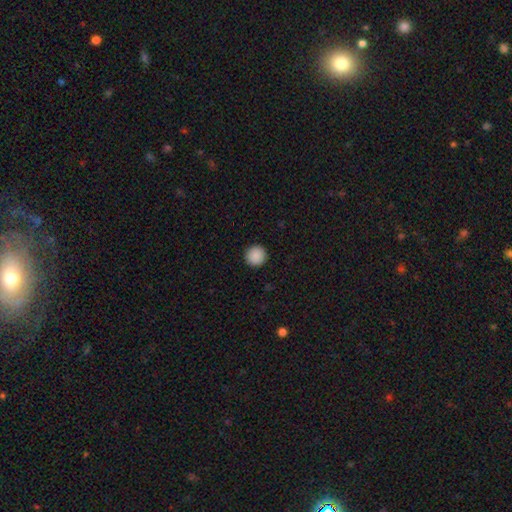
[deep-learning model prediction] A smooth galaxy with no disk features (89%) that is round (96%).

Vote fractions:
- Smooth or featured? smooth: 89% / star or artifact: 8% / featured or disk: 3%
- How rounded? round: 96% / in between: 3% / cigar-shaped: 1%
- Merging? none: 93% / minor disturbance: 4% / major disturbance: 2% / merger: 1%